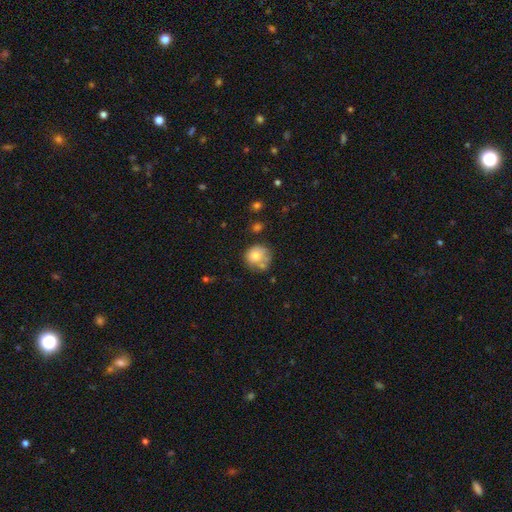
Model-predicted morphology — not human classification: smooth-or-featured: smooth: 74% | featured or disk: 18% | star or artifact: 8%
  how-rounded: round: 84% | in between: 15% | cigar-shaped: 1%
  merging: none: 51% | minor disturbance: 23% | merger: 17% | major disturbance: 9%